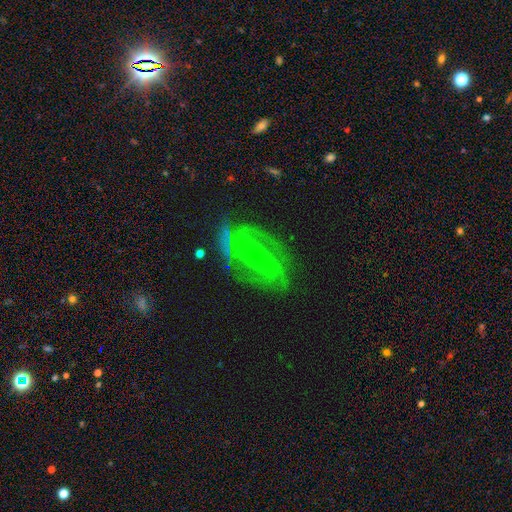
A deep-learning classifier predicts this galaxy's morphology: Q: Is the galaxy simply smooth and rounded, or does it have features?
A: featured or disk — 84%.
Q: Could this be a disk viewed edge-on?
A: no — 95%.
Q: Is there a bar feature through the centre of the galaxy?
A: weak — 38%.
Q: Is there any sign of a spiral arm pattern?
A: yes — 89%.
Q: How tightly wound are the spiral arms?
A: medium — 47%.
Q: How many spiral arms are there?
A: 2 — 66%.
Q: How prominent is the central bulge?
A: small — 74%.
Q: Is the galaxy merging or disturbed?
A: none — 67%.